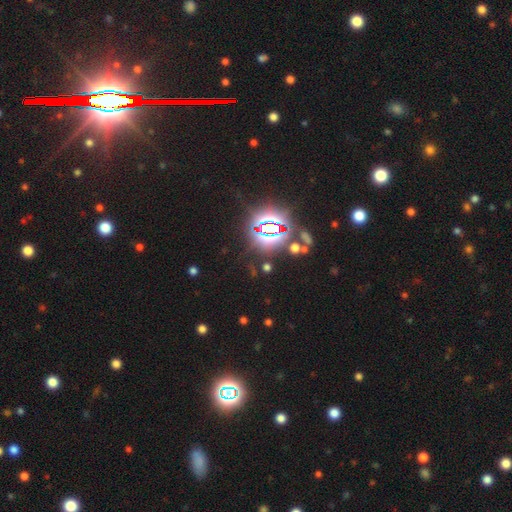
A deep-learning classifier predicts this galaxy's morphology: Q: Smooth or featured?
A: star or artifact (81%); runner-up: smooth (10%)